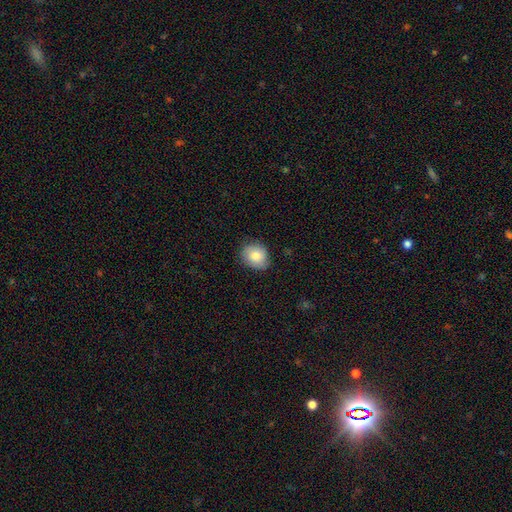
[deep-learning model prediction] Smooth or featured: smooth — 80% (featured or disk — 12%)
How rounded: round — 56% (in between — 43%)
Merging: none — 78% (minor disturbance — 18%)